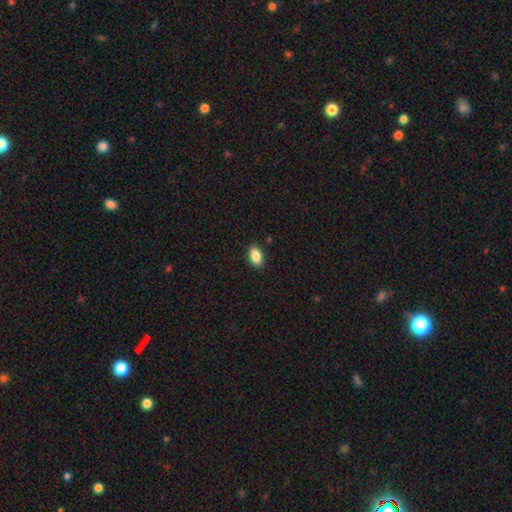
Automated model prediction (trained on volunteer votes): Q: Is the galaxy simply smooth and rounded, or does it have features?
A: smooth — 87%.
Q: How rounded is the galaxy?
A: in between — 92%.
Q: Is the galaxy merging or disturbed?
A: none — 89%.